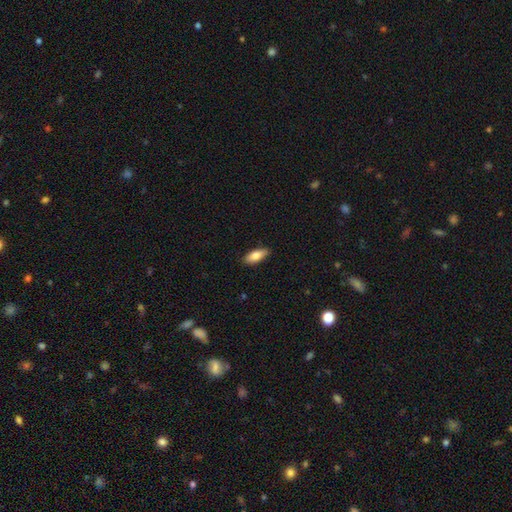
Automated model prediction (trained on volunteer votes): Smooth or featured: smooth — 81% (featured or disk — 12%)
How rounded: in between — 81% (cigar-shaped — 17%)
Merging: none — 87% (minor disturbance — 10%)